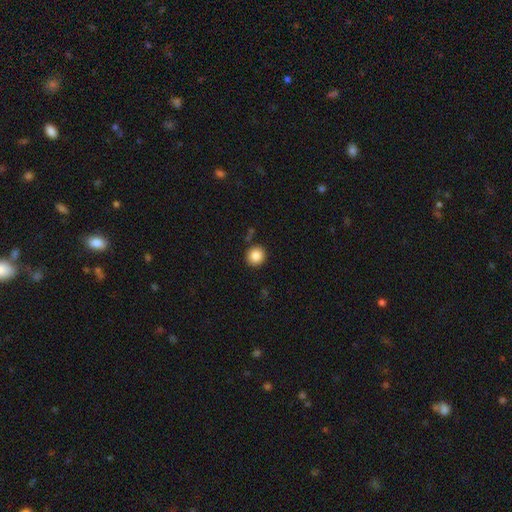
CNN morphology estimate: smooth-or-featured: smooth: 86% | star or artifact: 9% | featured or disk: 5%
  how-rounded: round: 91% | in between: 8% | cigar-shaped: 1%
  merging: none: 88% | minor disturbance: 7% | merger: 3% | major disturbance: 2%